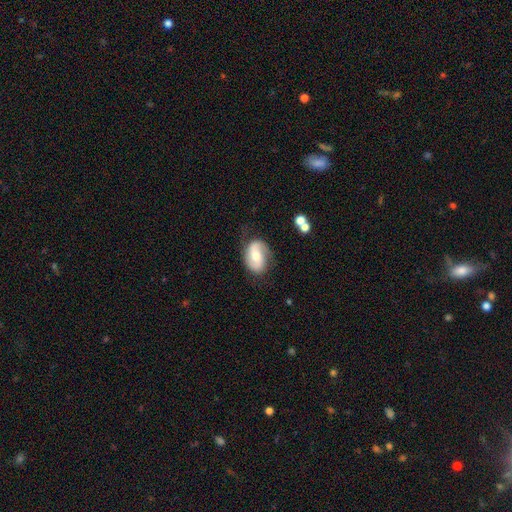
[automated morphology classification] Smooth or featured: featured or disk — 66% (smooth — 28%)
Edge-on disk: no — 97% (yes — 3%)
Bar: no — 46% (weak — 39%)
Spiral arms: yes — 89% (no — 11%)
Spiral winding: medium — 41% (loose — 39%)
Spiral arm count: 2 — 85% (can't tell — 7%)
Bulge size: moderate — 65% (small — 23%)
Merging: none — 69% (minor disturbance — 21%)